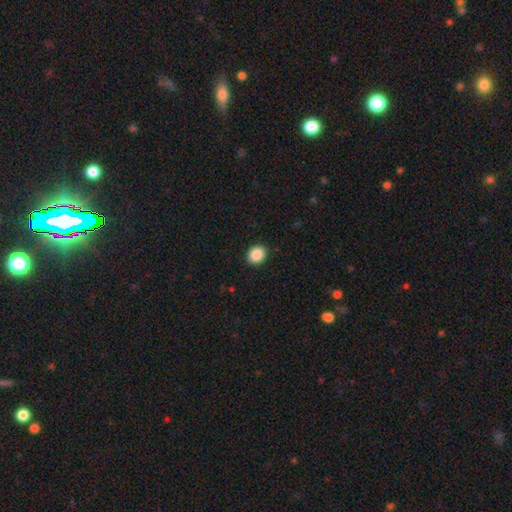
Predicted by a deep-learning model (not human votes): Smooth or featured? Predicted: smooth (p=0.88). How rounded? Predicted: round (p=0.62). Merging? Predicted: none (p=0.90).